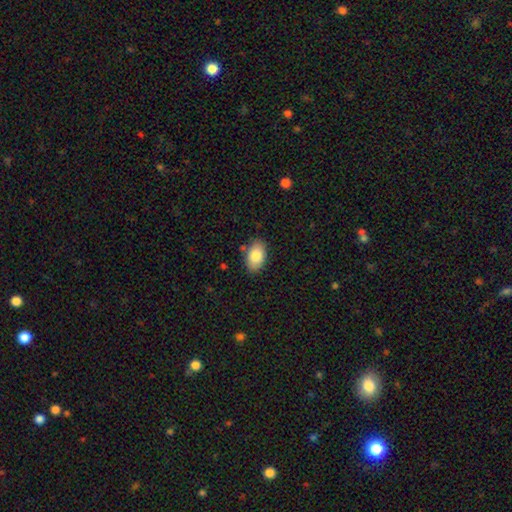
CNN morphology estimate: This appears to be a smooth galaxy with no disk features (82%) that is in between round and cigar-shaped (91%). Merging: none (83%).